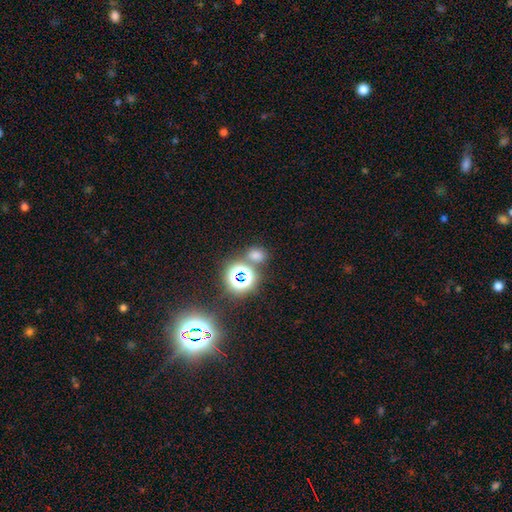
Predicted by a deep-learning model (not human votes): Smooth or featured? Predicted: smooth (p=0.60). How rounded? Predicted: round (p=0.54). Merging? Predicted: none (p=0.67).